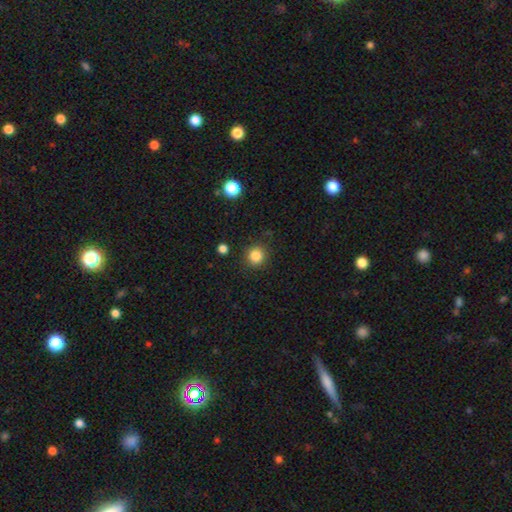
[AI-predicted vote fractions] Overall: smooth (85%). How rounded: round (91%). Merging: none (88%).